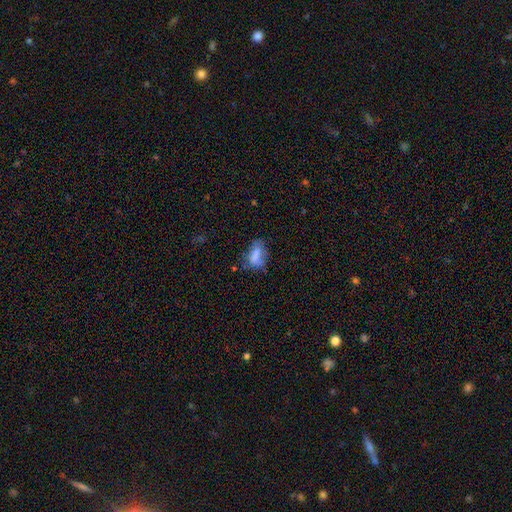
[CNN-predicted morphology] This is likely a smooth galaxy (75%). How rounded: clearly in between (83%). Merging: possibly none (49%).